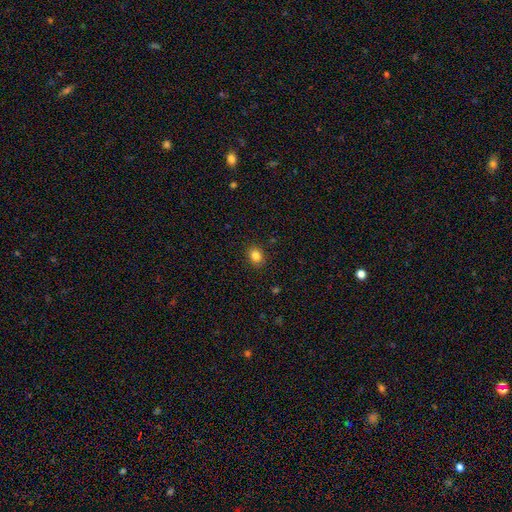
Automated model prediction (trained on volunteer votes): A smooth galaxy with no disk features (84%) that is round (51%).

Vote fractions:
- Smooth or featured? smooth: 84% / star or artifact: 11% / featured or disk: 5%
- How rounded? round: 51% / in between: 48% / cigar-shaped: 1%
- Merging? none: 90% / minor disturbance: 7% / major disturbance: 2% / merger: 1%